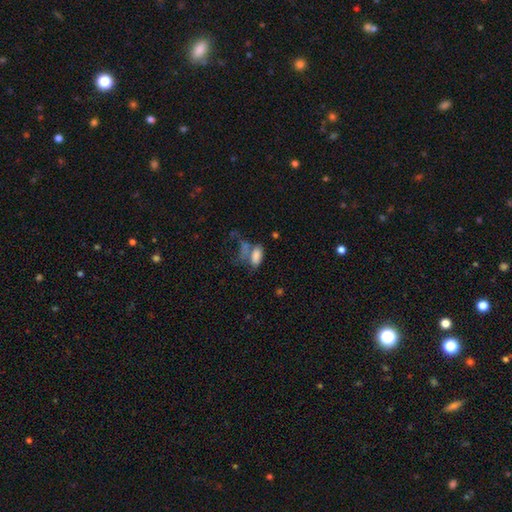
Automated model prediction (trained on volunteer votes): Smooth or featured? smooth (77%)
How rounded? in between (88%)
Merging? merger (31%, tied with none)